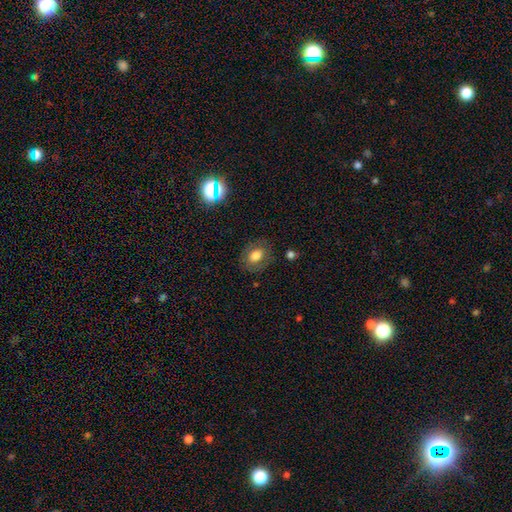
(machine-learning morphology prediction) Smooth or featured? smooth (68%)
How rounded? in between (62%)
Merging? none (79%)